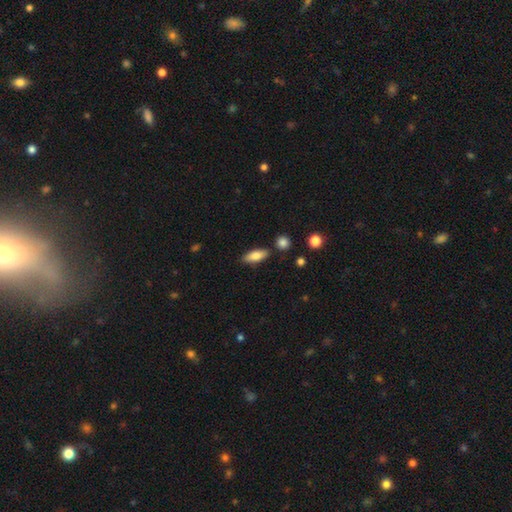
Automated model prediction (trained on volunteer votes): smooth_or_featured: smooth (p=0.80) [alt: featured or disk p=0.14]
how_rounded: in between (p=0.73) [alt: cigar-shaped p=0.25]
merging: none (p=0.81) [alt: minor disturbance p=0.11]